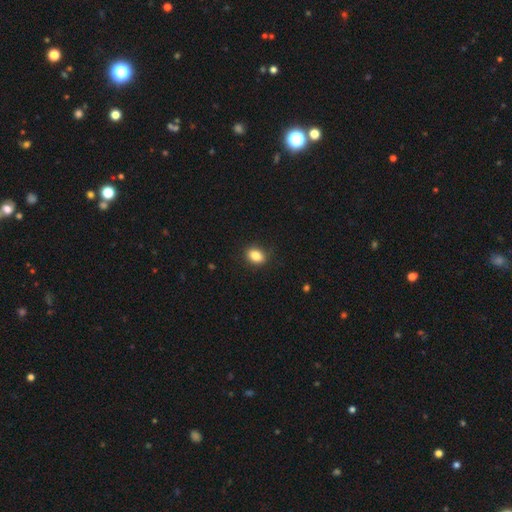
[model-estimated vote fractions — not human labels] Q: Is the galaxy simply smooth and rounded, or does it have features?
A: smooth — 85%.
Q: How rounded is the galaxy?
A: in between — 71%.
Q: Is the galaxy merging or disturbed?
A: none — 87%.